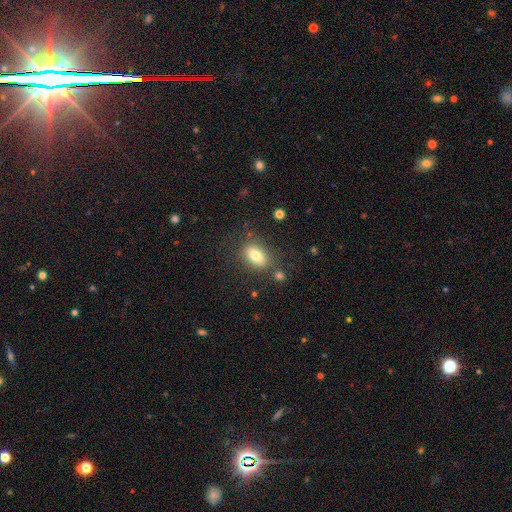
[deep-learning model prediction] This appears to be a smooth galaxy with no disk features (78%) that is in between round and cigar-shaped (85%). Merging: none (76%).